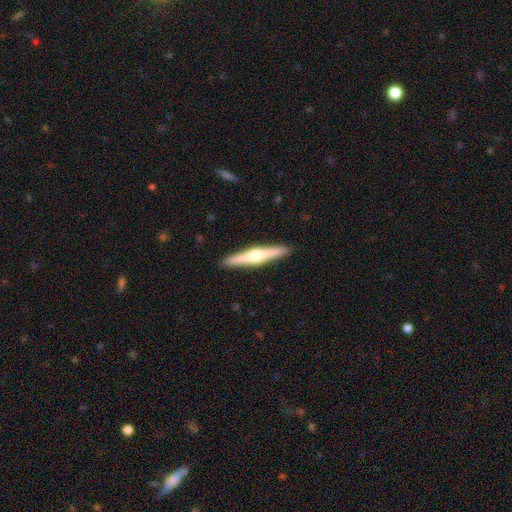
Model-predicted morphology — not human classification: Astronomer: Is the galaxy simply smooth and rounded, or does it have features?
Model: featured or disk — 60%.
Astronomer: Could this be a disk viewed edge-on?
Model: yes — 97%.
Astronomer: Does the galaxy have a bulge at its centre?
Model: rounded — 88%.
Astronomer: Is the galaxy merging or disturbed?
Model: none — 91%.